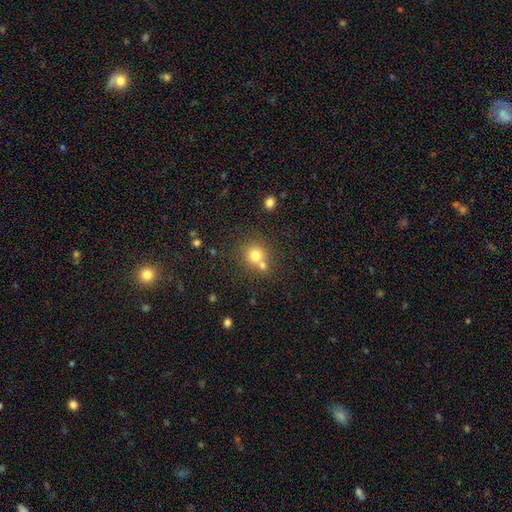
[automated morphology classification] smooth 75%, star or artifact 14%, featured or disk 11%. Down the decision tree: how rounded — round (88%); merging — none (54%).